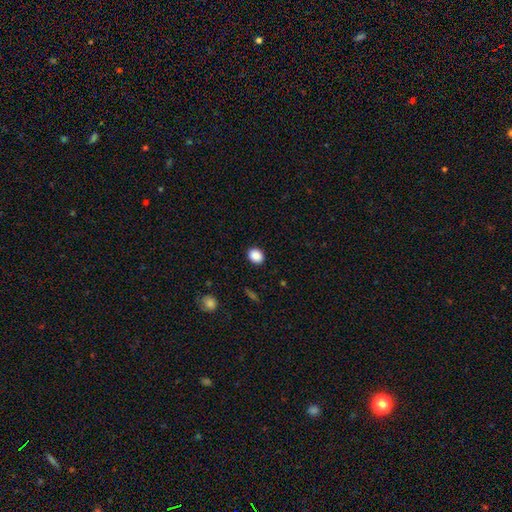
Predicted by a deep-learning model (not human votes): smooth_or_featured: smooth (p=0.89) [alt: star or artifact p=0.08]
how_rounded: in between (p=0.50) [alt: round p=0.49]
merging: none (p=0.90) [alt: minor disturbance p=0.07]